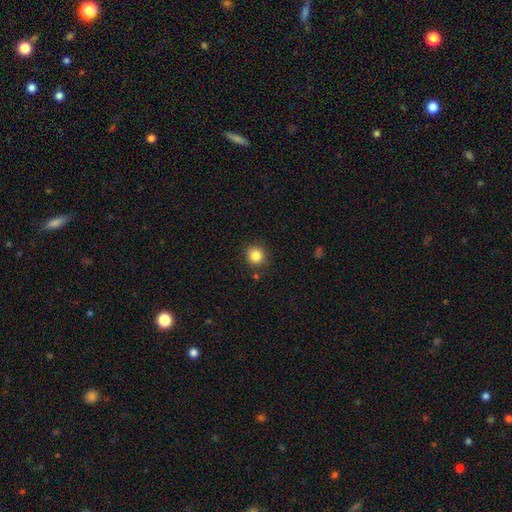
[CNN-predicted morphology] The model was most divided on "smooth or featured": smooth: 85%, star or artifact: 11%, featured or disk: 5%. More confident: how rounded — round (88%); merging — none (87%).